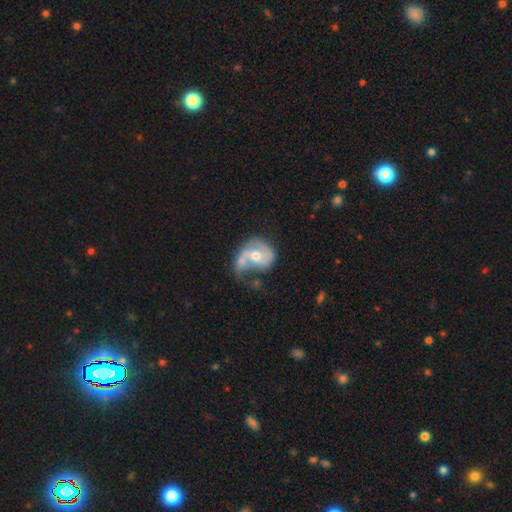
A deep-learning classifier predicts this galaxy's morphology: Smooth or featured: featured or disk — 68% (smooth — 25%)
Edge-on disk: no — 97% (yes — 3%)
Bar: no — 54% (weak — 36%)
Spiral arms: yes — 80% (no — 20%)
Spiral winding: loose — 42% (medium — 41%)
Spiral arm count: 2 — 66% (1 — 20%)
Bulge size: moderate — 61% (small — 33%)
Merging: none — 29% (merger — 26%)